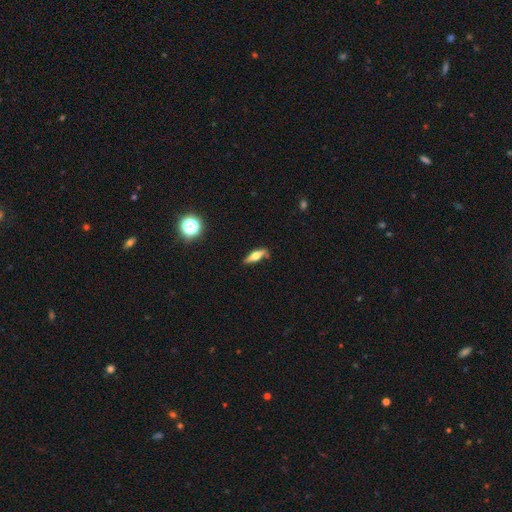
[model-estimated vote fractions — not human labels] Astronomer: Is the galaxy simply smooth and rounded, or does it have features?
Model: featured or disk — 54% (runner-up: smooth, 39%).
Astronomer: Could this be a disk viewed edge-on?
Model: yes — 93%.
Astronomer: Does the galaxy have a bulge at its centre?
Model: rounded — 92%.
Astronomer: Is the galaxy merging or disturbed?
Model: none — 84%.